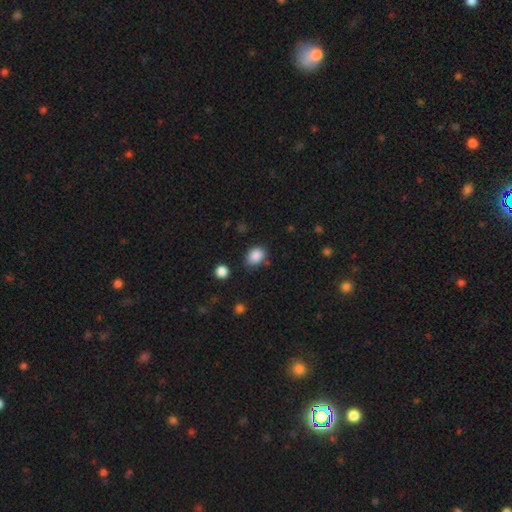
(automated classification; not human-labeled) Smooth or featured: smooth — 87% (star or artifact — 9%)
How rounded: in between — 65% (round — 34%)
Merging: none — 73% (minor disturbance — 19%)